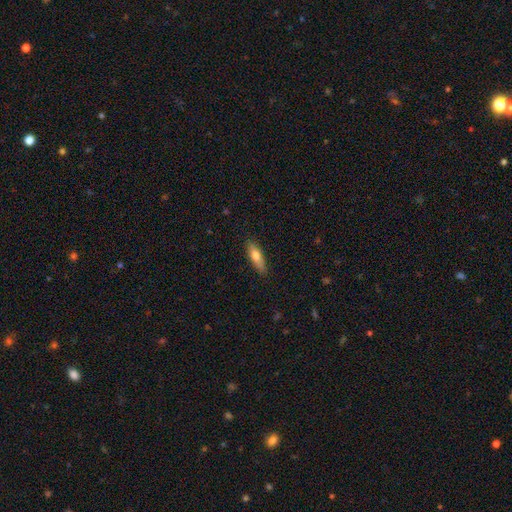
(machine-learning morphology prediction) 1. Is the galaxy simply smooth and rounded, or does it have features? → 70% smooth, 24% featured or disk, 6% star or artifact.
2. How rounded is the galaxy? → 51% cigar-shaped, 46% in between, 2% round.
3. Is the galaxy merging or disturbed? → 86% none, 11% minor disturbance, 2% major disturbance, 1% merger.